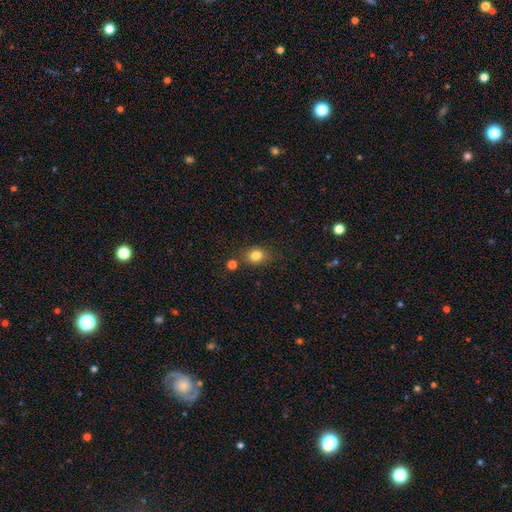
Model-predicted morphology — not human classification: smooth_or_featured: smooth (p=0.82) [alt: star or artifact p=0.11]
how_rounded: round (p=0.55) [alt: in between p=0.44]
merging: none (p=0.74) [alt: minor disturbance p=0.14]